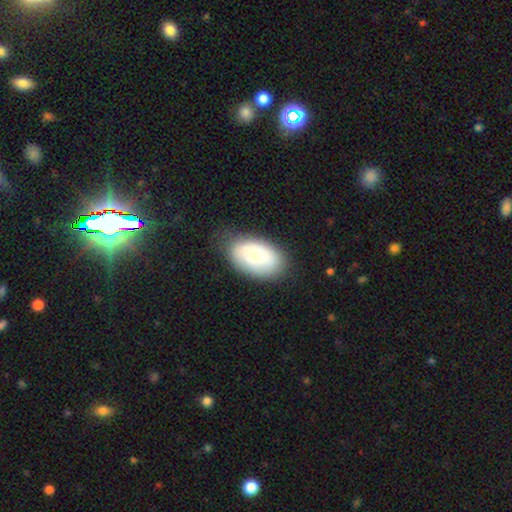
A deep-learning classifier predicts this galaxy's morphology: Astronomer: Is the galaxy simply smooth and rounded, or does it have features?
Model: smooth — 59% (runner-up: featured or disk, 34%).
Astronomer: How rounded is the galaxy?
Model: in between — 91%.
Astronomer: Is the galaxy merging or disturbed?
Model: none — 71%.